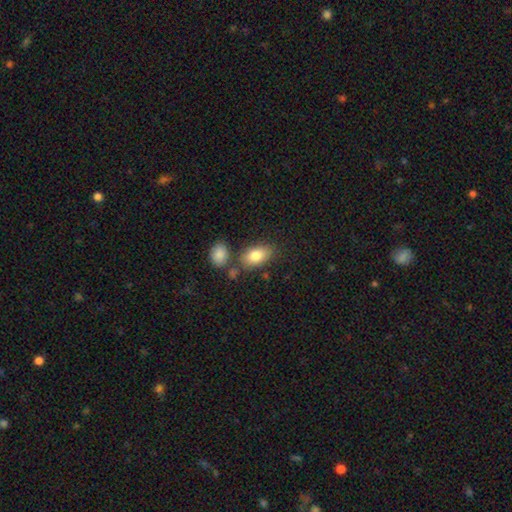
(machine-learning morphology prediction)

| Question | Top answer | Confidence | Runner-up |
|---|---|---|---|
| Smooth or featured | smooth | 82% | featured or disk (11%) |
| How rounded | in between | 90% | round (8%) |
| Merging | none | 68% | merger (14%) |